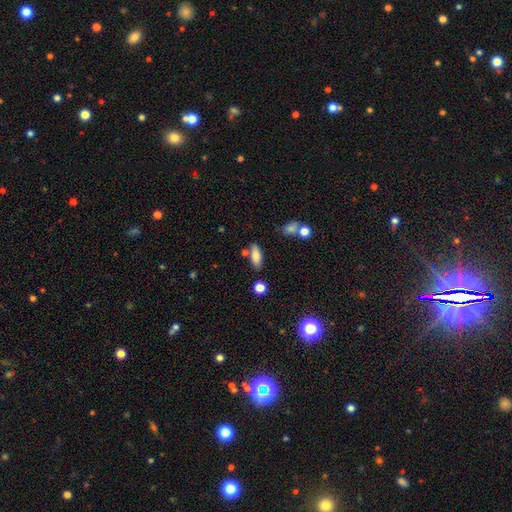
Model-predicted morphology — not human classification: A smooth galaxy with no disk features (80%) that is in between round and cigar-shaped (71%). Merging: none (74%).